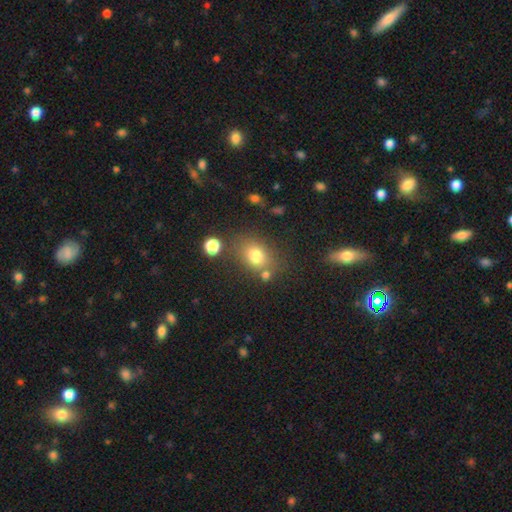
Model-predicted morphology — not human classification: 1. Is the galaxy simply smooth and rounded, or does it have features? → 77% smooth, 13% star or artifact, 10% featured or disk.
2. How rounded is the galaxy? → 56% in between, 43% round, 1% cigar-shaped.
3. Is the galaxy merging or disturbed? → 68% none, 15% minor disturbance, 11% merger, 6% major disturbance.